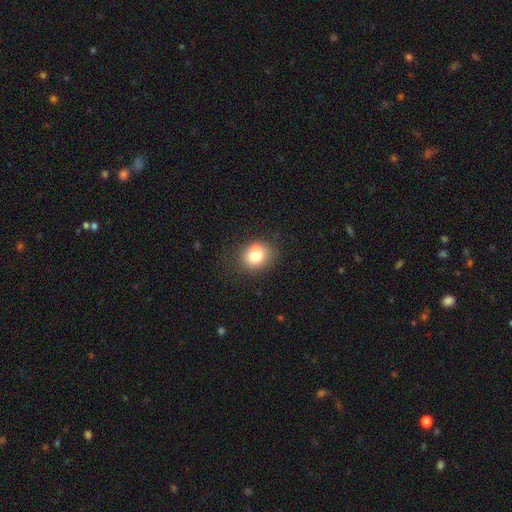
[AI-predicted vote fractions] A smooth galaxy with no disk features (72%) that is round (65%). Merging: none (57%).